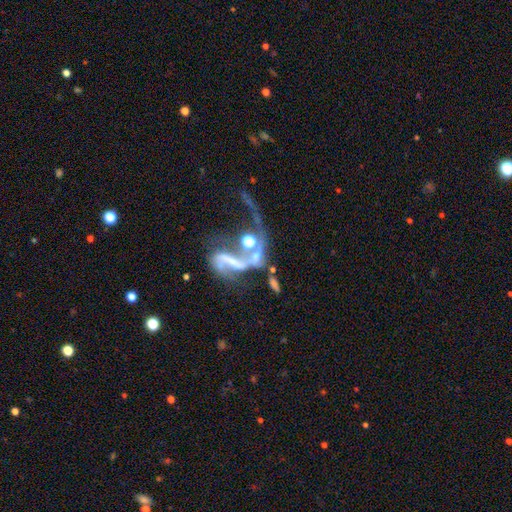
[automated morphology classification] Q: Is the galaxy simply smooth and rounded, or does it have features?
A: featured or disk — 59%.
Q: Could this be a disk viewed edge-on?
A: no — 91%.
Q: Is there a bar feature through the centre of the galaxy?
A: no — 53%.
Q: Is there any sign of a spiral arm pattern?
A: yes — 54%.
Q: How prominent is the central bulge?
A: none — 41%.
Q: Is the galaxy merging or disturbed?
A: merger — 47%.